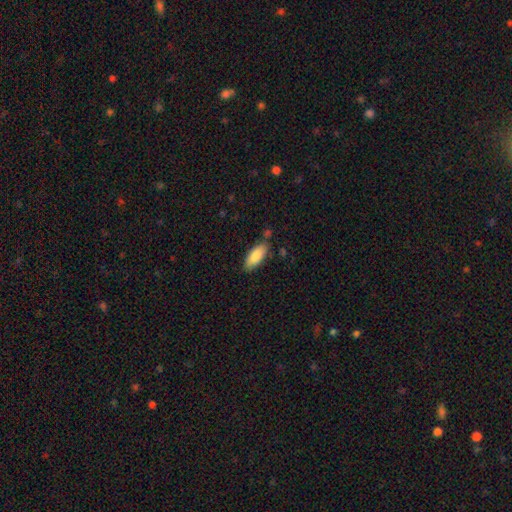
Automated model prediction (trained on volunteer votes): The model was most divided on "how rounded": in between: 80%, cigar-shaped: 19%, round: 2%. More confident: smooth or featured — smooth (84%); merging — none (80%).